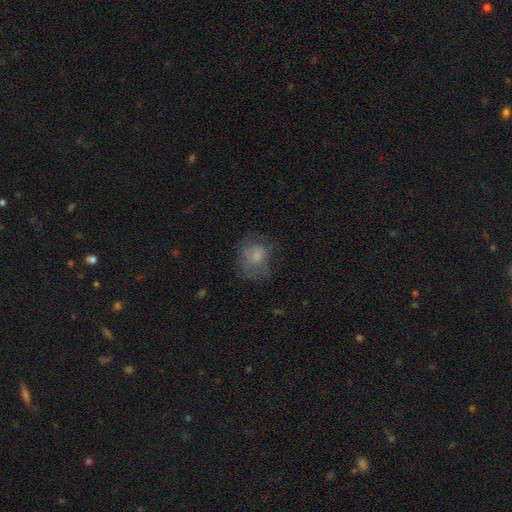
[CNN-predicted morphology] smooth-or-featured: smooth: 61% | featured or disk: 27% | star or artifact: 12%
  how-rounded: round: 55% | in between: 44% | cigar-shaped: 1%
  merging: none: 49% | major disturbance: 25% | minor disturbance: 24% | merger: 2%